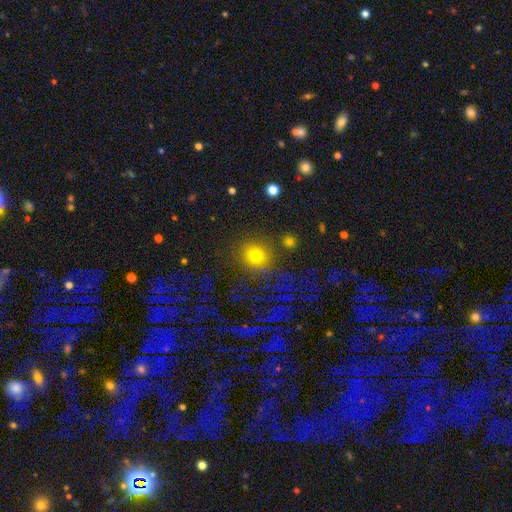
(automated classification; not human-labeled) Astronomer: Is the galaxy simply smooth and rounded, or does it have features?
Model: smooth — 72%.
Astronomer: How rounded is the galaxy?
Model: round — 83%.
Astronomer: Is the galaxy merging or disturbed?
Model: none — 80%.